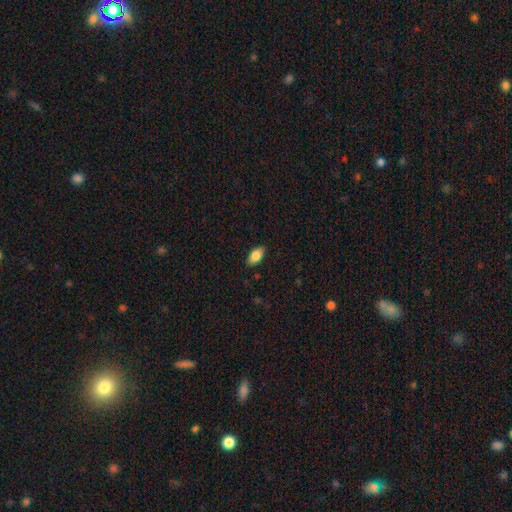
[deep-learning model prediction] Smooth or featured: smooth — 84% (featured or disk — 9%)
How rounded: in between — 91% (cigar-shaped — 5%)
Merging: none — 87% (minor disturbance — 10%)